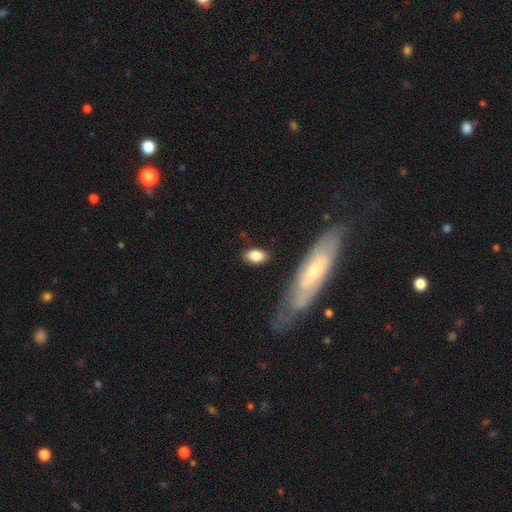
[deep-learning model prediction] Q: Smooth or featured?
A: smooth (82%); runner-up: featured or disk (11%)
Q: How rounded?
A: in between (89%); runner-up: round (7%)
Q: Merging?
A: none (80%); runner-up: minor disturbance (13%)